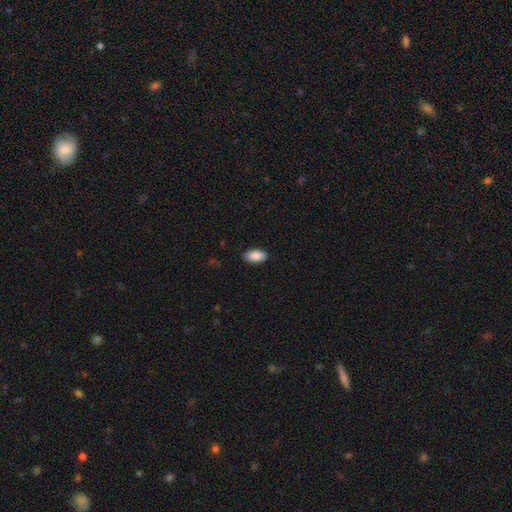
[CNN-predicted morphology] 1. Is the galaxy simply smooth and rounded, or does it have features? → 87% smooth, 7% featured or disk, 6% star or artifact.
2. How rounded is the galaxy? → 94% in between, 3% round, 3% cigar-shaped.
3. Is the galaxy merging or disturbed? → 89% none, 8% minor disturbance, 2% major disturbance, 1% merger.